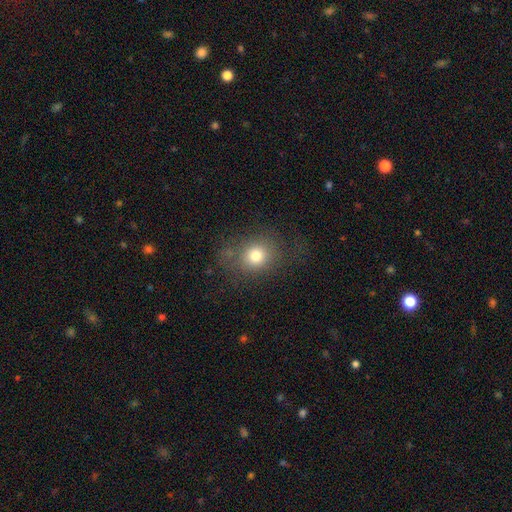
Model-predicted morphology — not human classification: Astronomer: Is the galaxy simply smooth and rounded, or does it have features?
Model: smooth — 76%.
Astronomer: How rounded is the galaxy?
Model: round — 70%.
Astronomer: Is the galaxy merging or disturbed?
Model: none — 70%.